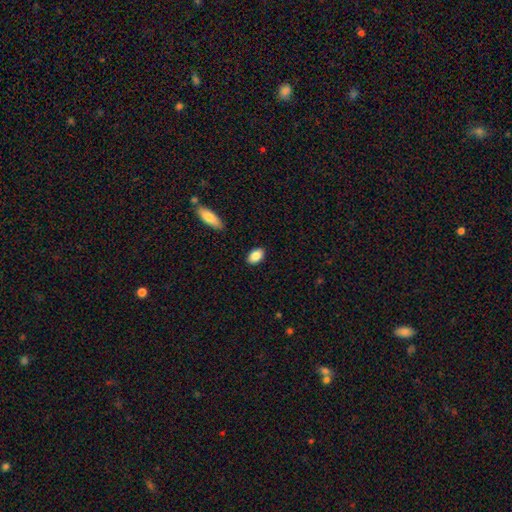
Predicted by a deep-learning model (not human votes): Overall: smooth (87%). How rounded: in between (90%). Merging: none (88%).